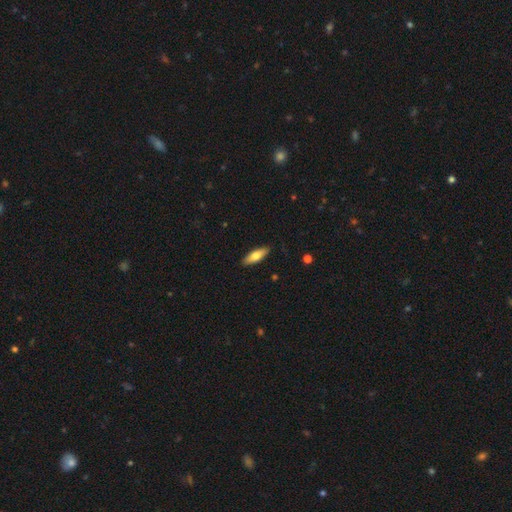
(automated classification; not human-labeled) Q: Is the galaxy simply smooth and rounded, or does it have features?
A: smooth — 71%.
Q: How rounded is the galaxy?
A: in between — 55%.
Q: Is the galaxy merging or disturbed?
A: none — 89%.